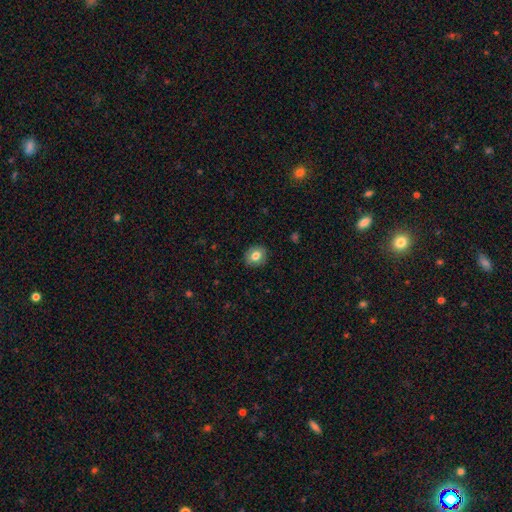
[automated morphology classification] type=smooth (79%); roundness=round (70%); merging=none (89%).